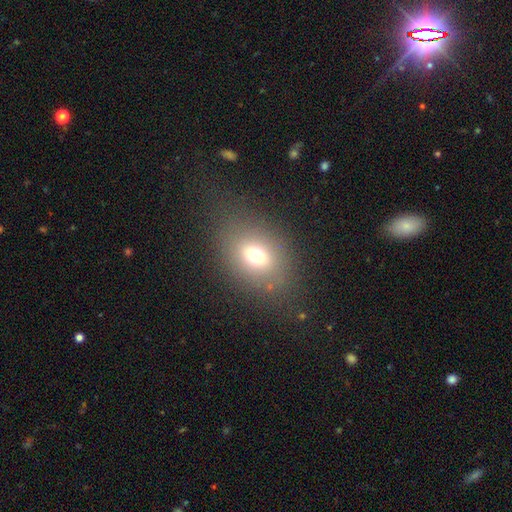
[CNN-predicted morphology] smooth 68%, star or artifact 16%, featured or disk 15%. Down the decision tree: how rounded — in between (64%); merging — none (78%).